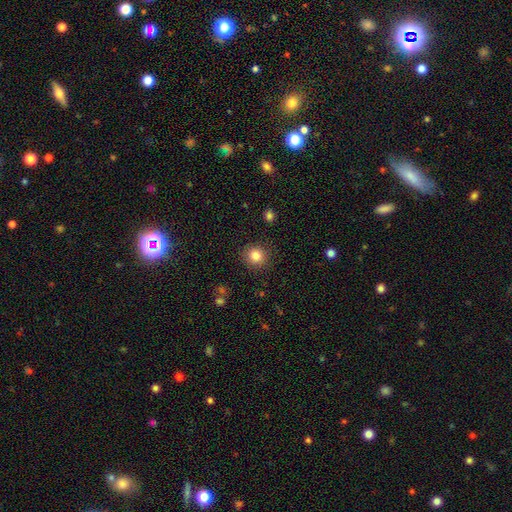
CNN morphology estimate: smooth-or-featured: smooth: 84% | star or artifact: 11% | featured or disk: 5%
  how-rounded: round: 91% | in between: 8% | cigar-shaped: 1%
  merging: none: 89% | minor disturbance: 7% | major disturbance: 3% | merger: 1%